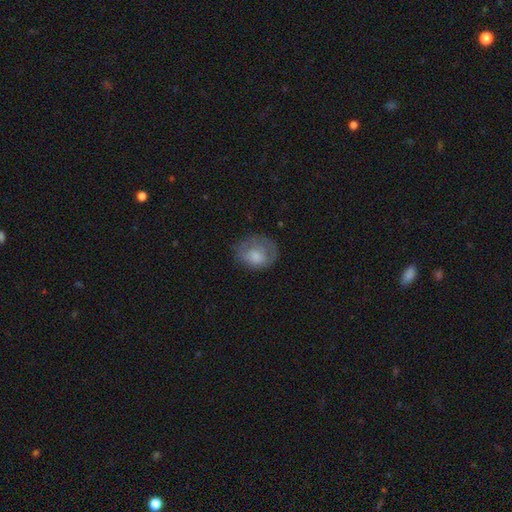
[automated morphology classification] A smooth galaxy with no disk features (66%) that is round (55%). Merging: none (50%).